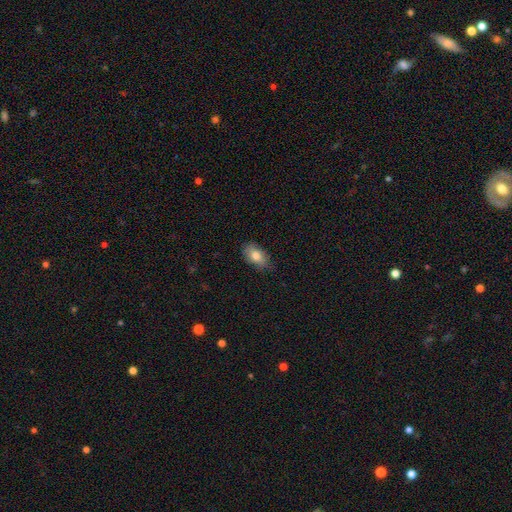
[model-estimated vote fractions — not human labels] A smooth galaxy with no disk features (81%) that is in between round and cigar-shaped (90%).

Vote fractions:
- Smooth or featured? smooth: 81% / featured or disk: 12% / star or artifact: 7%
- How rounded? in between: 90% / round: 7% / cigar-shaped: 3%
- Merging? none: 80% / minor disturbance: 17% / major disturbance: 3% / merger: 1%